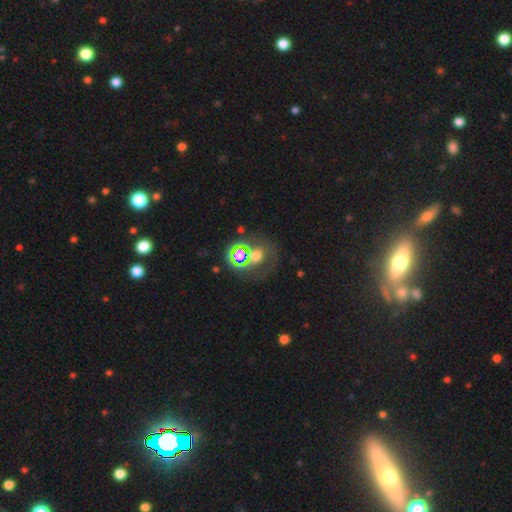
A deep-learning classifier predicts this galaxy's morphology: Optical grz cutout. It shows a smooth galaxy with no disk features (35%). Merging: none (56%).